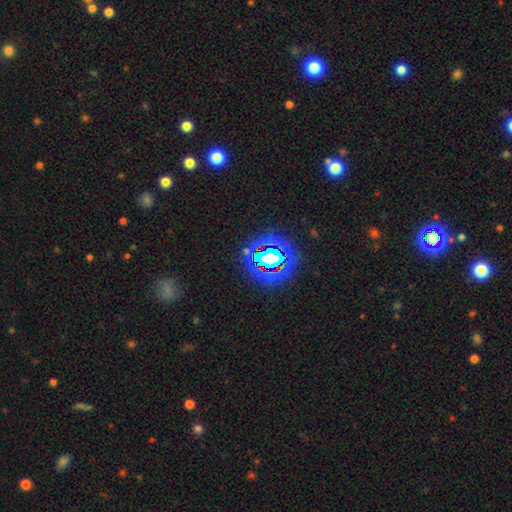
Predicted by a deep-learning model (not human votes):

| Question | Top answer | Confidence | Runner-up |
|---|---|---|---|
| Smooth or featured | star or artifact | 81% | smooth (11%) |